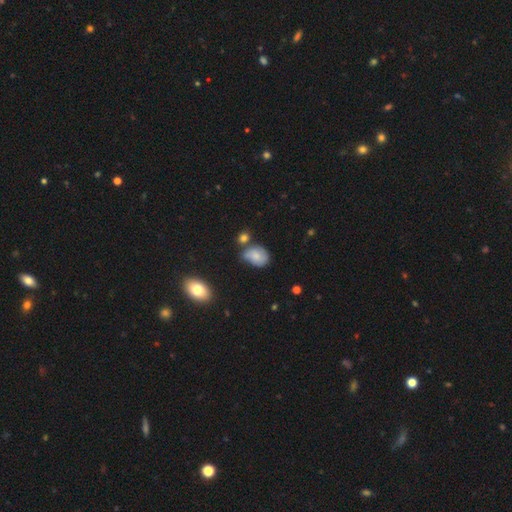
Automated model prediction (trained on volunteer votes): smooth-or-featured: smooth: 61% | featured or disk: 29% | star or artifact: 10%
  how-rounded: in between: 64% | round: 35% | cigar-shaped: 1%
  merging: none: 47% | minor disturbance: 32% | merger: 11% | major disturbance: 10%